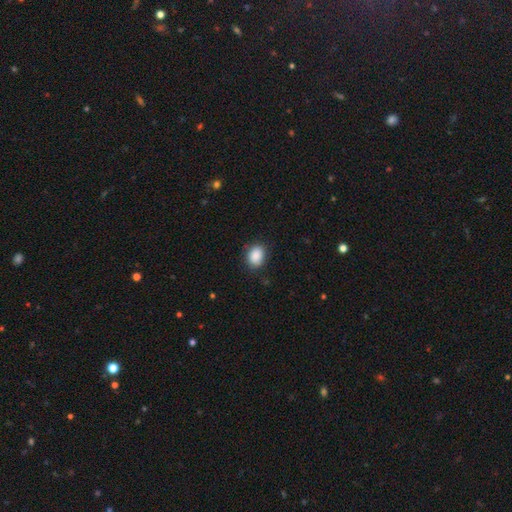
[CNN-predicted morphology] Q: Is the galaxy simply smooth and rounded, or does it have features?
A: smooth — 88%.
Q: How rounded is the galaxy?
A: in between — 66%.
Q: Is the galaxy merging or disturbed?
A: none — 80%.